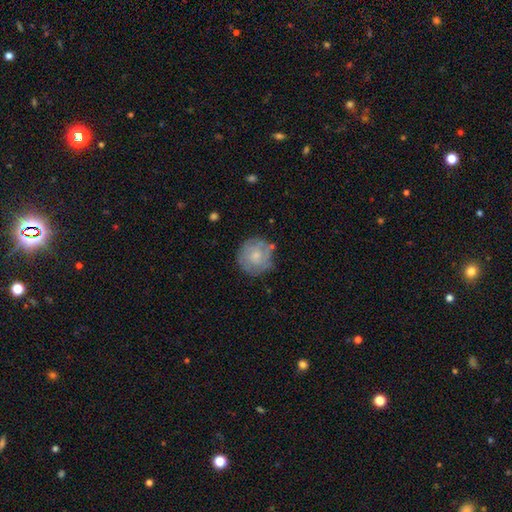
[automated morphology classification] smooth_or_featured: smooth (p=0.56) [alt: featured or disk p=0.37]
how_rounded: round (p=0.93) [alt: in between p=0.06]
merging: none (p=0.72) [alt: minor disturbance p=0.19]